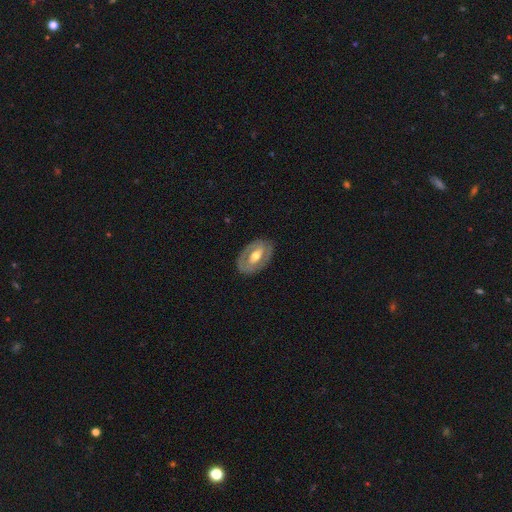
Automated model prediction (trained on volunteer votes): This appears to be a featured or disk galaxy (66%) with no bar (36%), no spiral arms (58%) and a moderate central bulge (71%). Merging: none (81%).